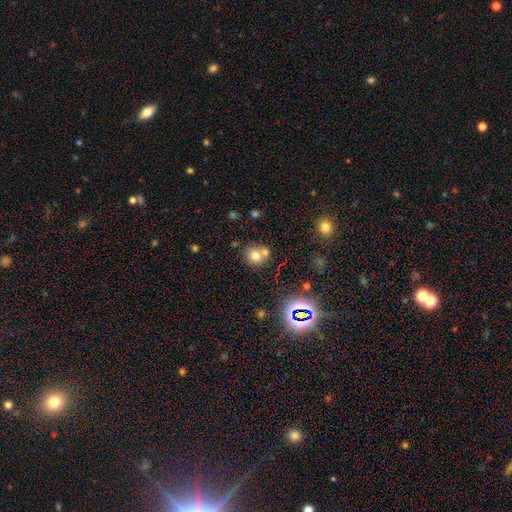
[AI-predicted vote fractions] Smooth or featured: smooth — 72% (star or artifact — 16%)
How rounded: round — 82% (in between — 17%)
Merging: none — 51% (merger — 36%)